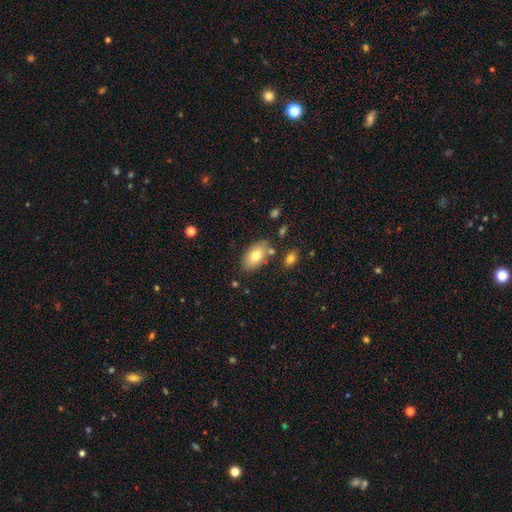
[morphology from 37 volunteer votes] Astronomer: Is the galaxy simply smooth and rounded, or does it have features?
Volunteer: smooth — 76%.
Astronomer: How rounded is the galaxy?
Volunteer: in between — 93%.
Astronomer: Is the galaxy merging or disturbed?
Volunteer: none — 70%.